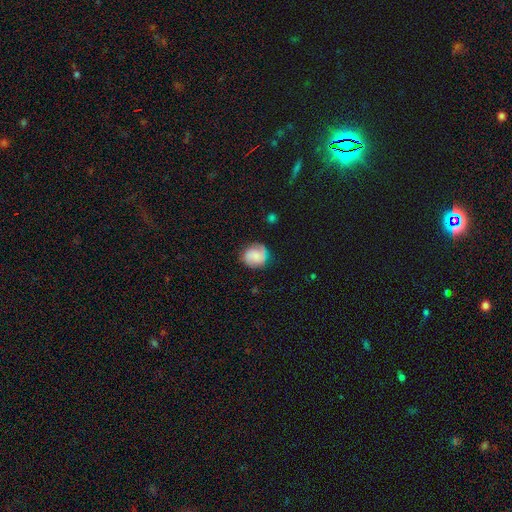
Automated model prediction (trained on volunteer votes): Smooth or featured? smooth (59%)
How rounded? round (77%)
Merging? none (69%)